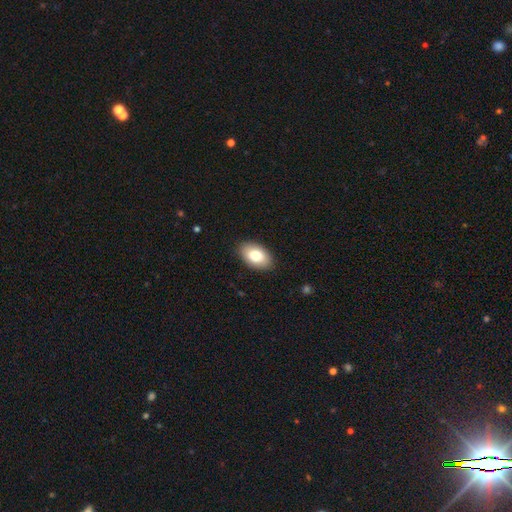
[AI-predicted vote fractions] Smooth or featured? smooth (78%)
How rounded? in between (93%)
Merging? none (89%)